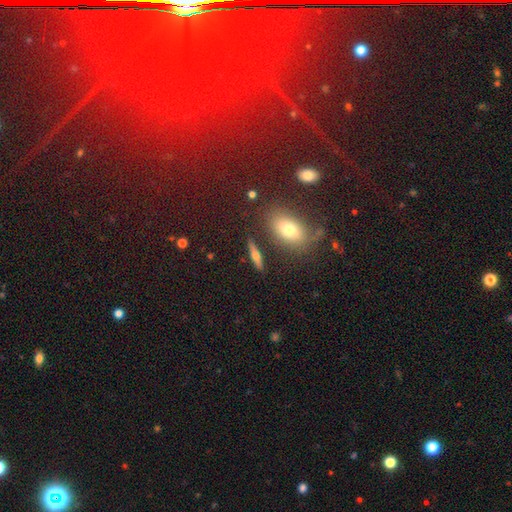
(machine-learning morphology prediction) Smooth or featured?
  - featured or disk: 49% *
  - smooth: 41%
  - star or artifact: 10%
Merging?
  - none: 84% *
  - minor disturbance: 9%
  - merger: 4%
  - major disturbance: 3%